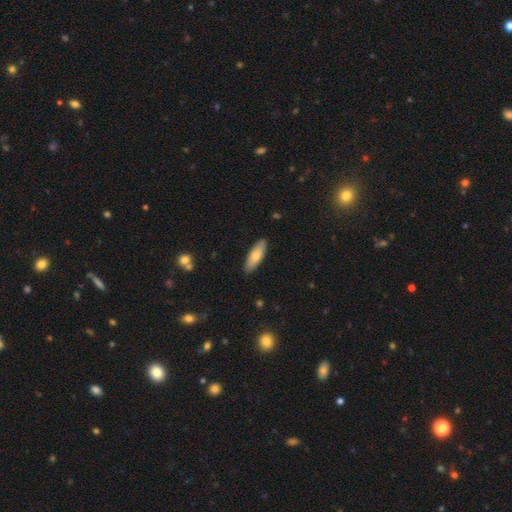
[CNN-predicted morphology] This is likely a smooth galaxy (73%). How rounded: possibly in between (58%). Merging: clearly none (88%).